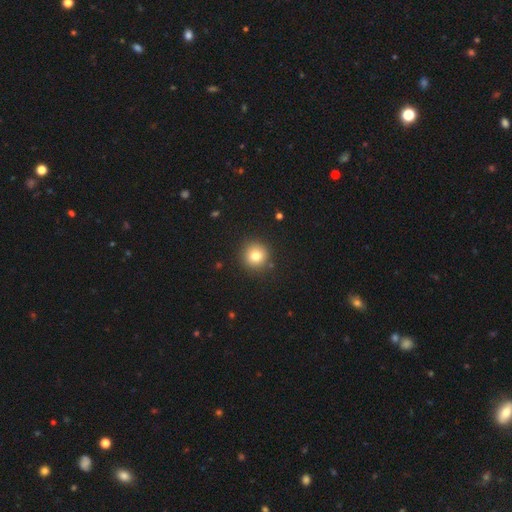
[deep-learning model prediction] This is likely a smooth galaxy (78%). How rounded: clearly round (95%). Merging: clearly none (90%).